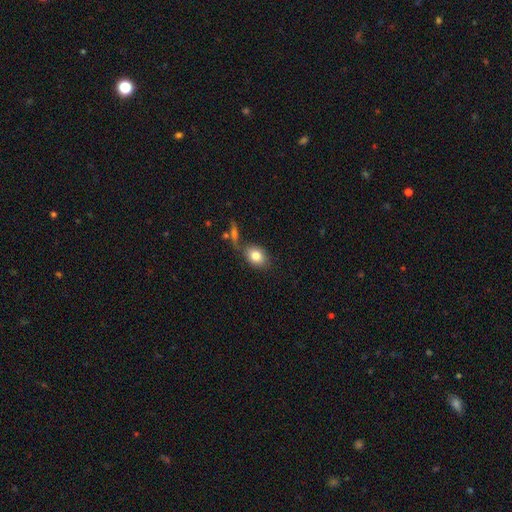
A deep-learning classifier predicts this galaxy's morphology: Overall: smooth (81%). How rounded: in between (68%; round 30%). Merging: none (67%).